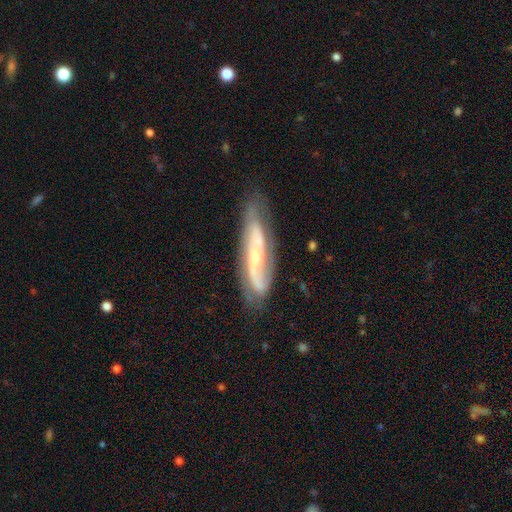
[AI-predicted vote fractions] This is likely a featured or disk galaxy (79%). It is likely not viewed edge-on (76%). Bar: marginally no (42%). Spiral arm pattern: clearly yes (92%). Spiral arm count: likely 2 (76%). Spiral winding: marginally medium (41%). Central bulge: likely small (60%). Merging: likely none (74%).